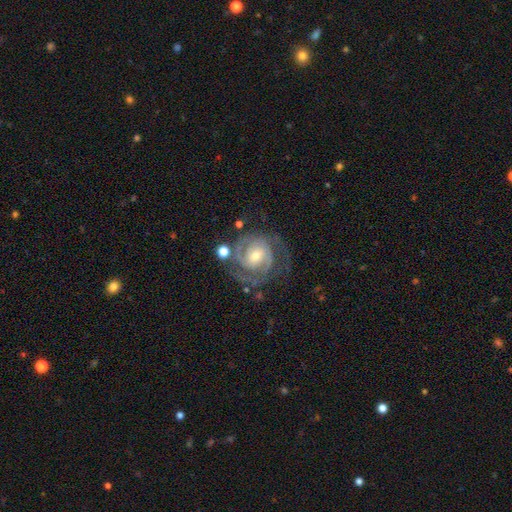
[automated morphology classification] Smooth or featured? featured or disk (90%)
Edge-on disk? no (98%)
Bar? no (53%)
Spiral arms? yes (98%)
Spiral winding? tight (66%)
Spiral arm count? 2 (55%)
Bulge size? small (48%, tied with moderate)
Merging? none (69%)